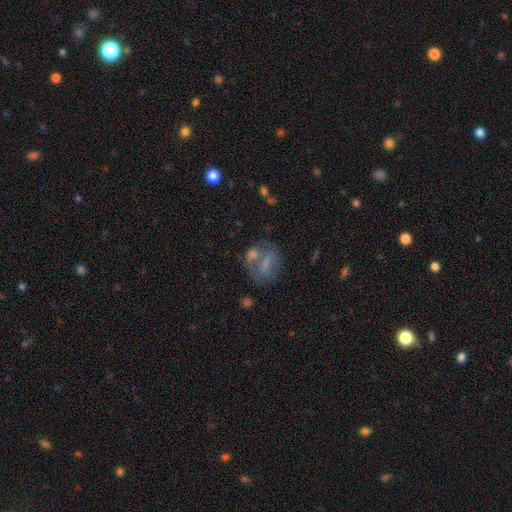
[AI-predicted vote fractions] This appears to be a smooth galaxy with no disk features (53%) that is in between round and cigar-shaped (58%). Merging: none (40%).